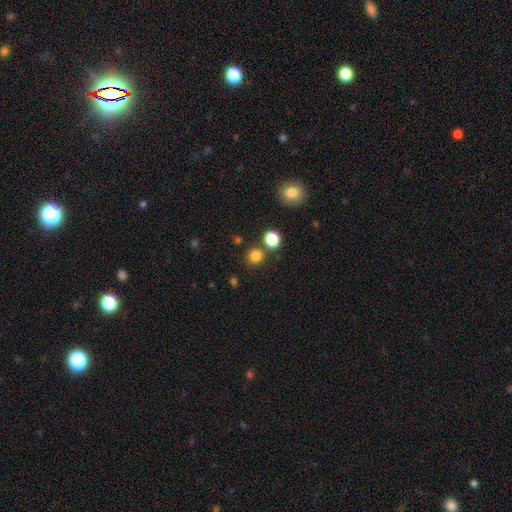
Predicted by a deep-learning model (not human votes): smooth-or-featured: smooth: 81% | star or artifact: 14% | featured or disk: 4%
  how-rounded: round: 90% | in between: 9% | cigar-shaped: 1%
  merging: none: 82% | merger: 9% | minor disturbance: 7% | major disturbance: 3%